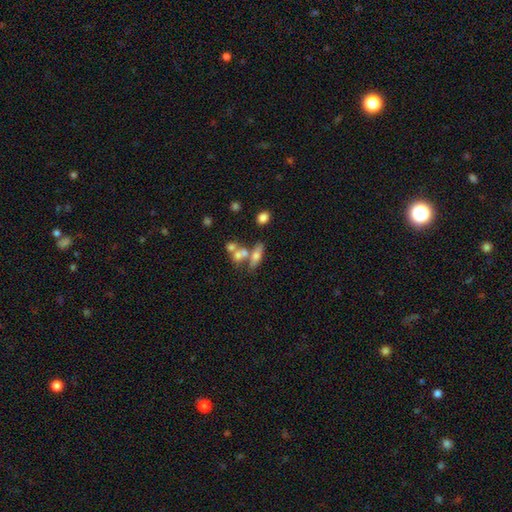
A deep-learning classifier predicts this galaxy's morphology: smooth-or-featured: smooth: 55% | featured or disk: 34% | star or artifact: 11%
  how-rounded: in between: 57% | cigar-shaped: 33% | round: 10%
  merging: none: 41% | merger: 39% | minor disturbance: 12% | major disturbance: 8%